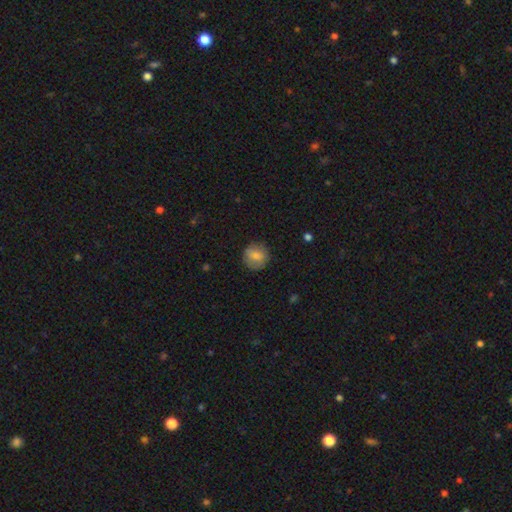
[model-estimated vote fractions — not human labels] Smooth or featured: smooth — 77% (featured or disk — 16%)
How rounded: round — 90% (in between — 9%)
Merging: none — 84% (minor disturbance — 12%)